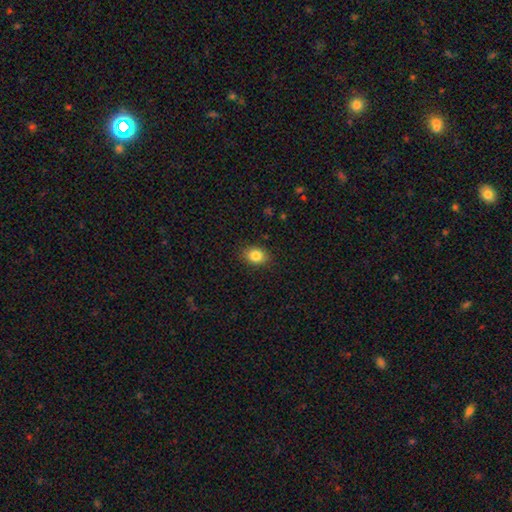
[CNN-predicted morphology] This is clearly a smooth galaxy (84%). How rounded: likely in between (65%). Merging: clearly none (88%).